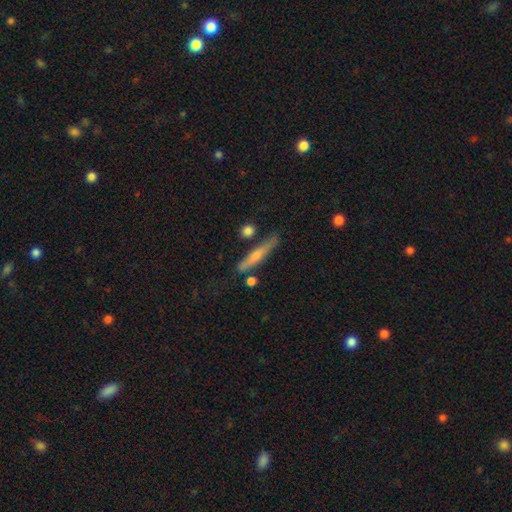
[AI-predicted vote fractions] Morphology: type=featured or disk (49%); merging=none (77%).